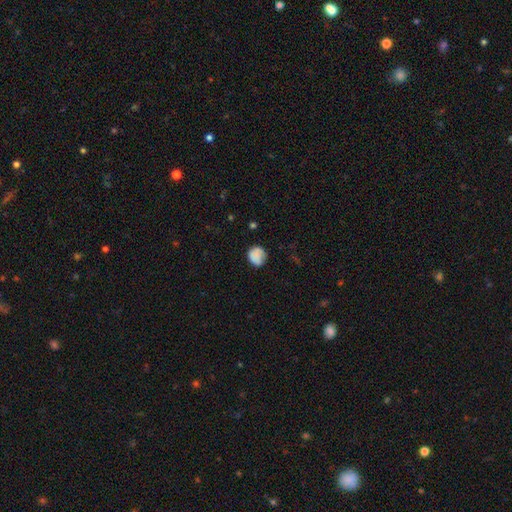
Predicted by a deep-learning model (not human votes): Q: Smooth or featured?
A: smooth (80%); runner-up: featured or disk (11%)
Q: How rounded?
A: round (83%); runner-up: in between (16%)
Q: Merging?
A: none (70%); runner-up: minor disturbance (22%)